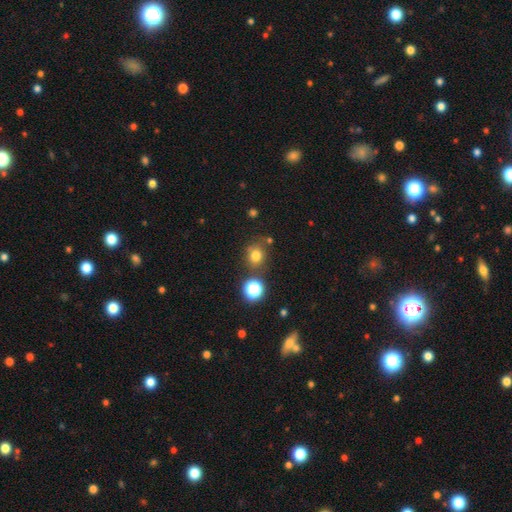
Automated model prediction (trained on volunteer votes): Smooth or featured?
  - smooth: 75% *
  - star or artifact: 18%
  - featured or disk: 8%
How rounded?
  - round: 76% *
  - in between: 23%
  - cigar-shaped: 1%
Merging?
  - none: 72% *
  - minor disturbance: 14%
  - merger: 9%
  - major disturbance: 5%